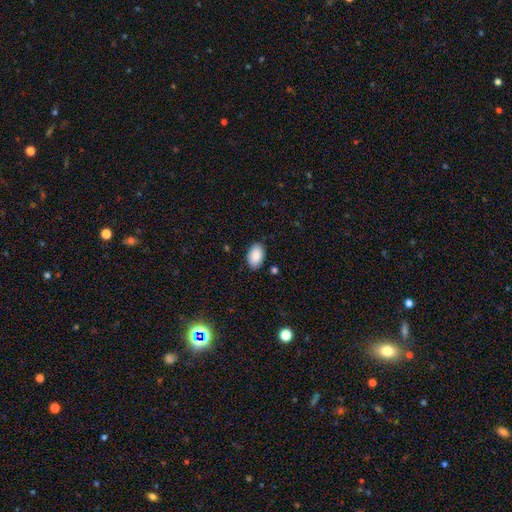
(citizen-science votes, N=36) Q: Smooth or featured?
A: smooth (89%); runner-up: featured or disk (8%)
Q: How rounded?
A: in between (94%); runner-up: round (6%)
Q: Merging?
A: none (77%); runner-up: minor disturbance (20%)